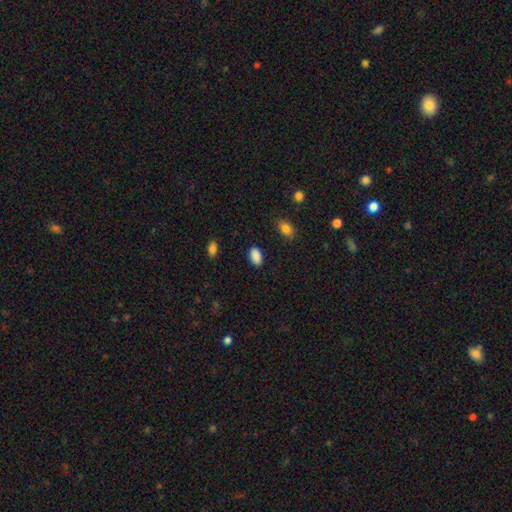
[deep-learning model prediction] smooth 89%, star or artifact 8%, featured or disk 3%. Down the decision tree: how rounded — in between (92%); merging — none (87%).